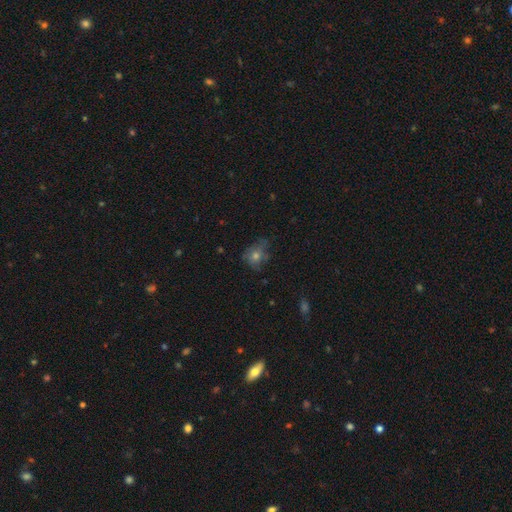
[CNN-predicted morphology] smooth_or_featured: smooth (p=0.58) [alt: featured or disk p=0.25]
how_rounded: round (p=0.60) [alt: in between p=0.39]
merging: none (p=0.53) [alt: minor disturbance p=0.29]